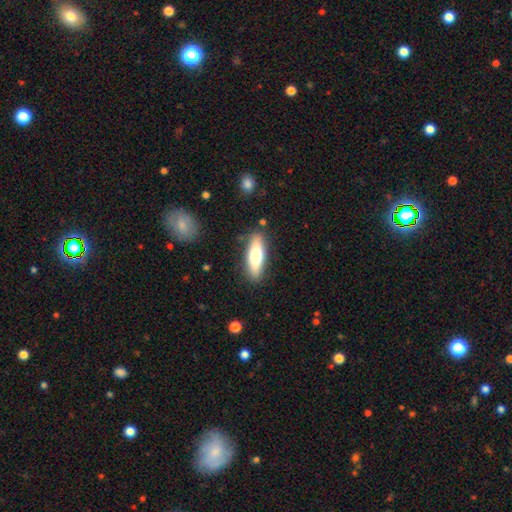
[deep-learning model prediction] Smooth or featured?
  - smooth: 70% *
  - featured or disk: 24%
  - star or artifact: 6%
How rounded?
  - cigar-shaped: 52% *
  - in between: 46%
  - round: 2%
Merging?
  - none: 85% *
  - minor disturbance: 11%
  - major disturbance: 3%
  - merger: 2%